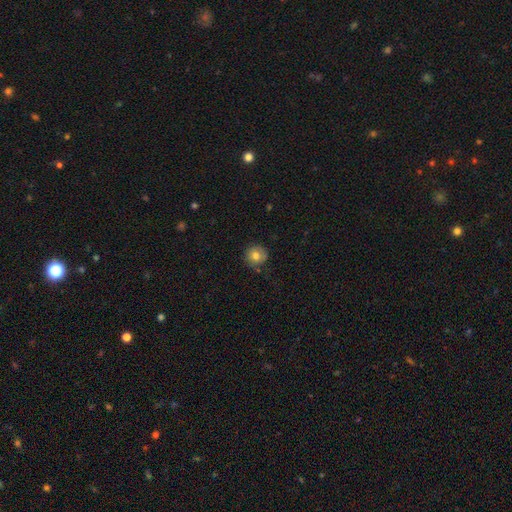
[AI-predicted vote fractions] smooth 76%, featured or disk 14%, star or artifact 10%. Down the decision tree: how rounded — round (92%); merging — none (78%).